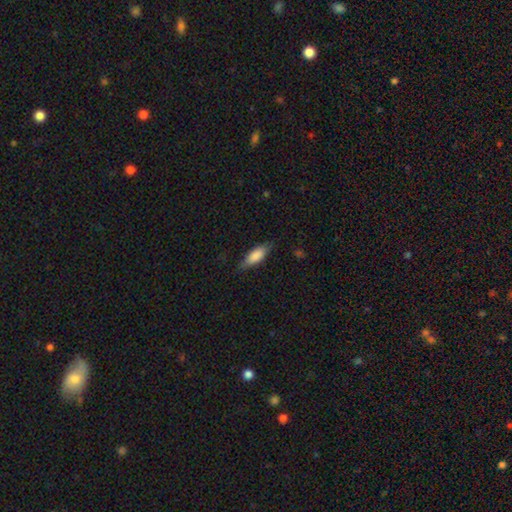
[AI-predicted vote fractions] A smooth galaxy with no disk features (81%) that is in between round and cigar-shaped (67%).

Vote fractions:
- Smooth or featured? smooth: 81% / featured or disk: 13% / star or artifact: 6%
- How rounded? in between: 67% / cigar-shaped: 31% / round: 2%
- Merging? none: 78% / minor disturbance: 18% / major disturbance: 4% / merger: 1%